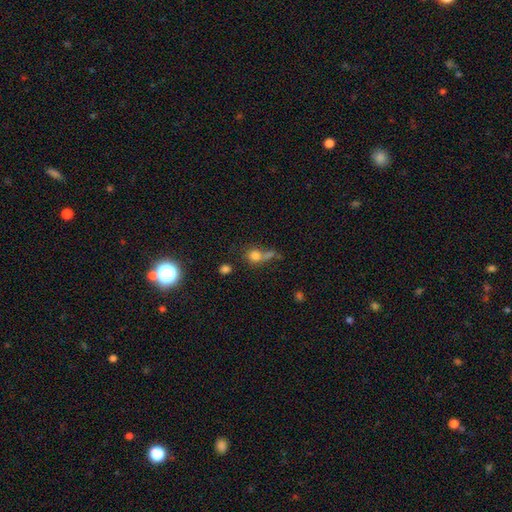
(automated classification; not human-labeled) Q: Smooth or featured?
A: smooth (76%); runner-up: star or artifact (14%)
Q: How rounded?
A: round (74%); runner-up: in between (24%)
Q: Merging?
A: none (39%); runner-up: merger (36%)